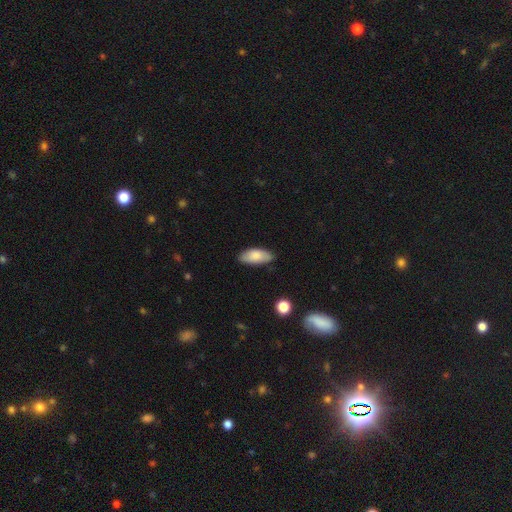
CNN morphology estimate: Overall: smooth (82%). How rounded: in between (88%). Merging: none (82%).